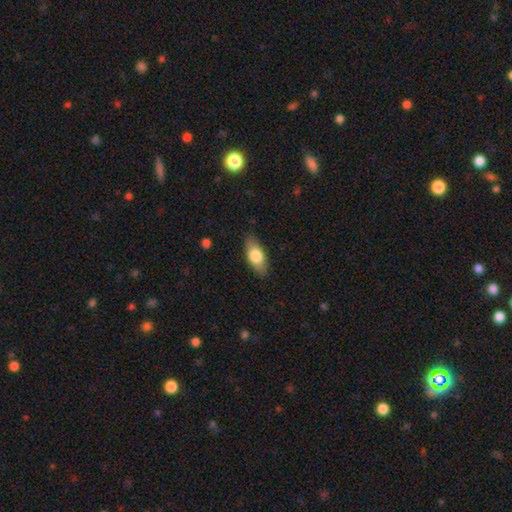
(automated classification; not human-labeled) smooth 73%, featured or disk 21%, star or artifact 6%. Down the decision tree: how rounded — in between (82%); merging — none (86%).